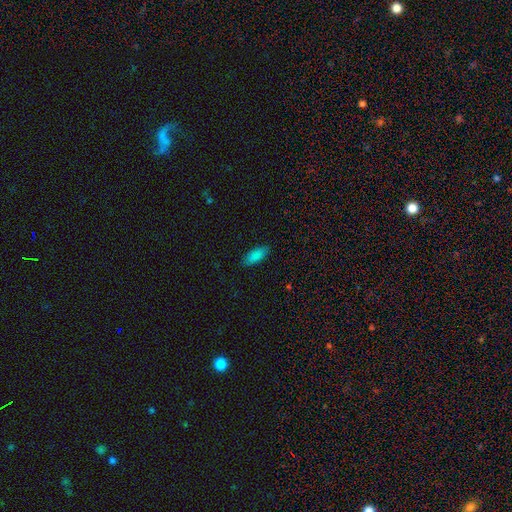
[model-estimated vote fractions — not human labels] A smooth galaxy with no disk features (87%) that is in between round and cigar-shaped (78%).

Vote fractions:
- Smooth or featured? smooth: 87% / star or artifact: 7% / featured or disk: 6%
- How rounded? in between: 78% / cigar-shaped: 20% / round: 2%
- Merging? none: 87% / minor disturbance: 10% / major disturbance: 2% / merger: 1%